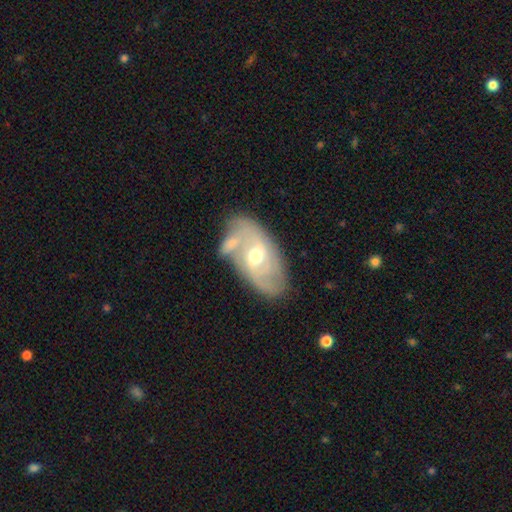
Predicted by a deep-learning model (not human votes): smooth_or_featured: featured or disk (p=0.78) [alt: smooth p=0.16]
disk_edge_on: no (p=0.94) [alt: yes p=0.06]
bar: weak (p=0.47) [alt: no p=0.40]
has_spiral_arms: yes (p=0.88) [alt: no p=0.12]
spiral_winding: medium (p=0.41) [alt: tight p=0.40]
spiral_arm_count: 2 (p=0.49) [alt: can't tell p=0.26]
bulge_size: moderate (p=0.62) [alt: small p=0.33]
merging: none (p=0.52) [alt: merger p=0.24]